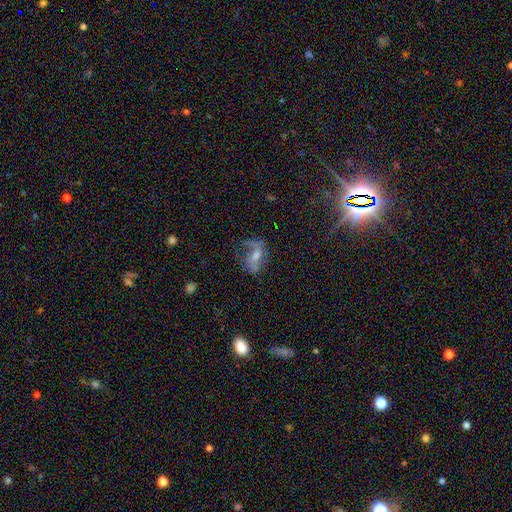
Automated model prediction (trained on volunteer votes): This appears to be a featured or disk galaxy (62%) with a weak bar (39%), spiral arms (79%) and a moderate central bulge (49%). Merging: none (57%).